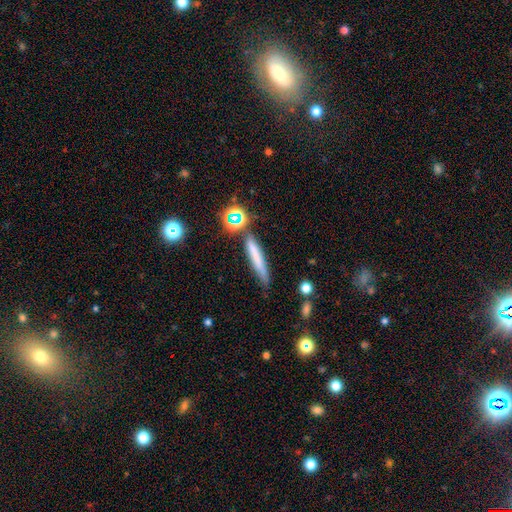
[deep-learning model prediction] Smooth or featured?
  - smooth: 65% *
  - featured or disk: 23%
  - star or artifact: 12%
How rounded?
  - cigar-shaped: 90% *
  - in between: 7%
  - round: 3%
Merging?
  - none: 72% *
  - minor disturbance: 16%
  - merger: 7%
  - major disturbance: 5%